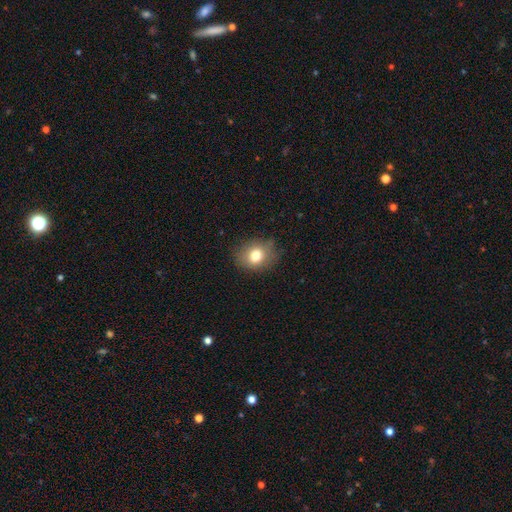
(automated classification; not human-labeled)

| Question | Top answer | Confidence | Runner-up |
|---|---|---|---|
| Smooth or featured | smooth | 78% | featured or disk (11%) |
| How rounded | round | 55% | in between (44%) |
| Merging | none | 79% | minor disturbance (16%) |